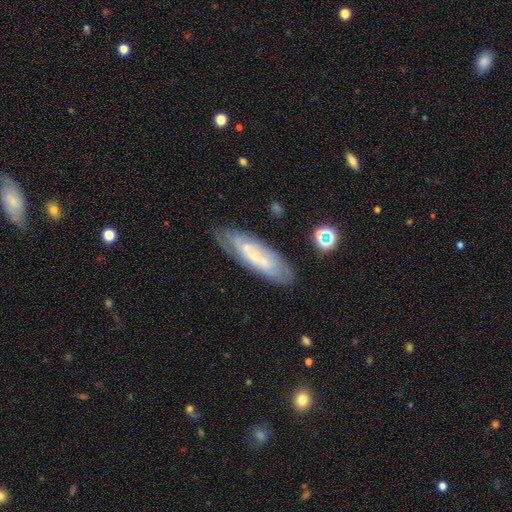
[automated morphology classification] Smooth or featured?
  - featured or disk: 63% *
  - smooth: 29%
  - star or artifact: 8%
Edge-on disk?
  - no: 77% *
  - yes: 23%
Merging?
  - none: 74% *
  - minor disturbance: 17%
  - major disturbance: 5%
  - merger: 4%